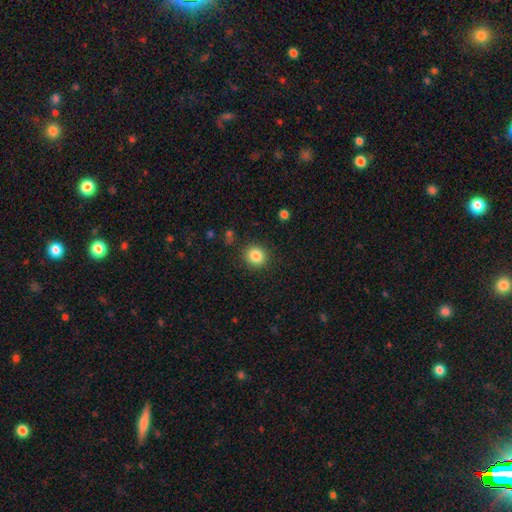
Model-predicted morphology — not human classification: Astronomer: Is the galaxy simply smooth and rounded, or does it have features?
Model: smooth — 84%.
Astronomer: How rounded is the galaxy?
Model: round — 88%.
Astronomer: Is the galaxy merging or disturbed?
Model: none — 89%.